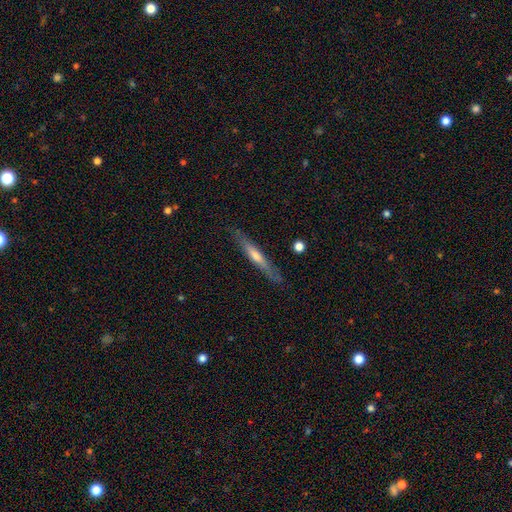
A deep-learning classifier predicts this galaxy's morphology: Smooth or featured? featured or disk (64%)
Edge-on disk? yes (94%)
Edge-on bulge? rounded (63%)
Merging? none (86%)